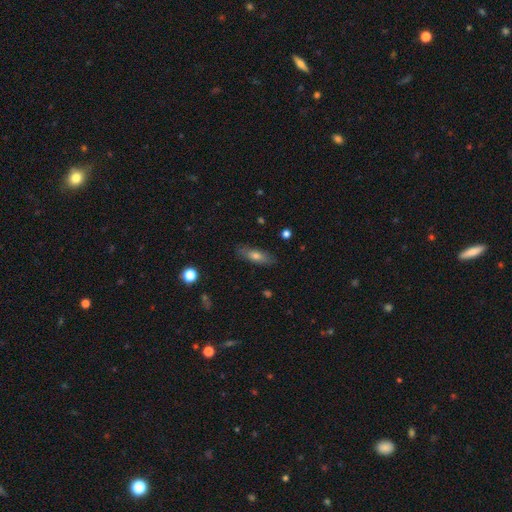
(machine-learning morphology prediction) A smooth galaxy with no disk features (64%) that is in between round and cigar-shaped (51%).

Vote fractions:
- Smooth or featured? smooth: 64% / featured or disk: 28% / star or artifact: 8%
- How rounded? in between: 51% / cigar-shaped: 46% / round: 3%
- Merging? none: 84% / minor disturbance: 12% / major disturbance: 3% / merger: 1%